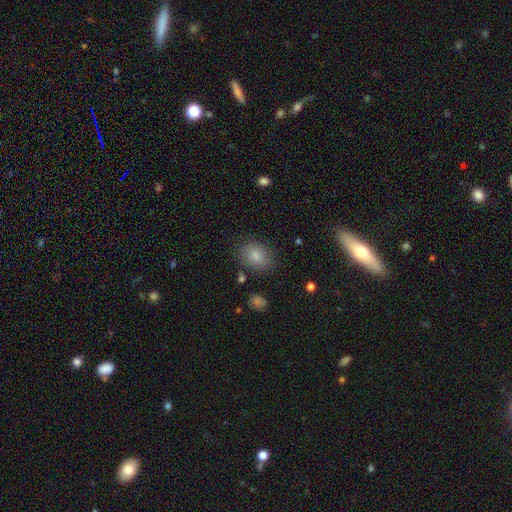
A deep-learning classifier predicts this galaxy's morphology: smooth-or-featured: smooth: 83% | star or artifact: 9% | featured or disk: 8%
  how-rounded: in between: 69% | round: 30% | cigar-shaped: 1%
  merging: none: 78% | minor disturbance: 14% | major disturbance: 5% | merger: 3%